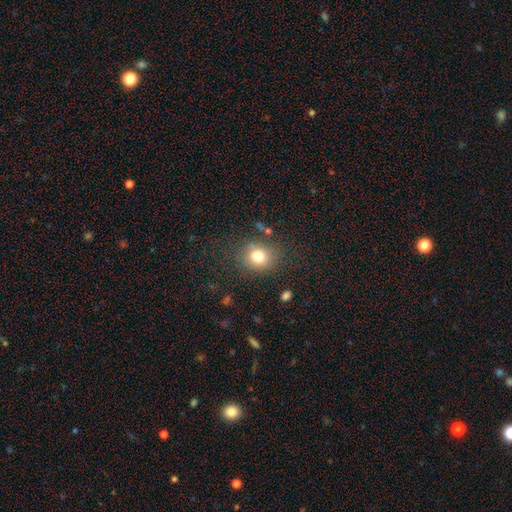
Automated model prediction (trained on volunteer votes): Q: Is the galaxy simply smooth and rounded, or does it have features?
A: smooth — 79%.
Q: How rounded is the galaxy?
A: round — 64%.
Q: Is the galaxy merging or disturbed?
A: none — 76%.